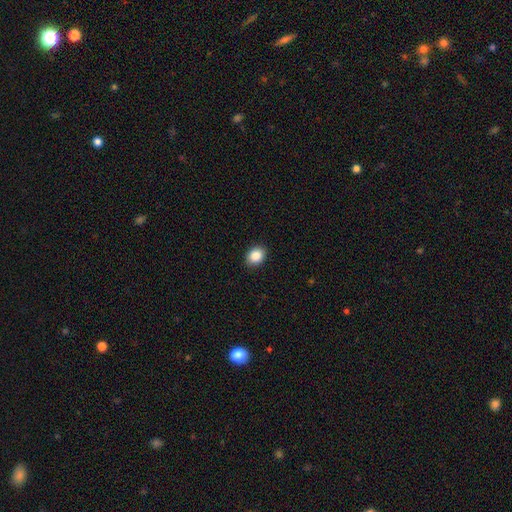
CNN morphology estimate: Smooth or featured? Predicted: smooth (p=0.88). How rounded? Predicted: in between (p=0.55). Merging? Predicted: none (p=0.90).